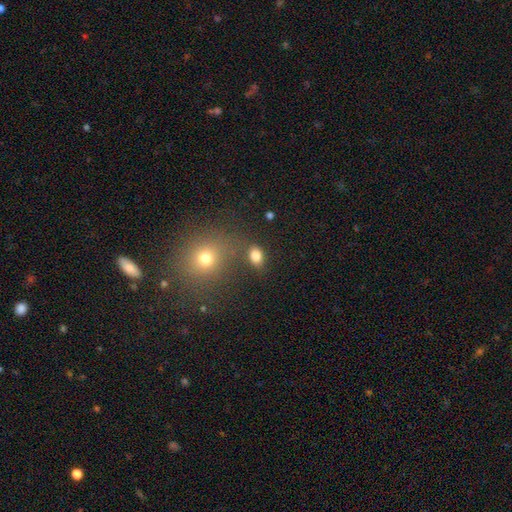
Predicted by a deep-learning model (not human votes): smooth-or-featured: smooth: 81% | star or artifact: 12% | featured or disk: 6%
  how-rounded: in between: 72% | round: 26% | cigar-shaped: 2%
  merging: none: 73% | minor disturbance: 12% | merger: 10% | major disturbance: 5%